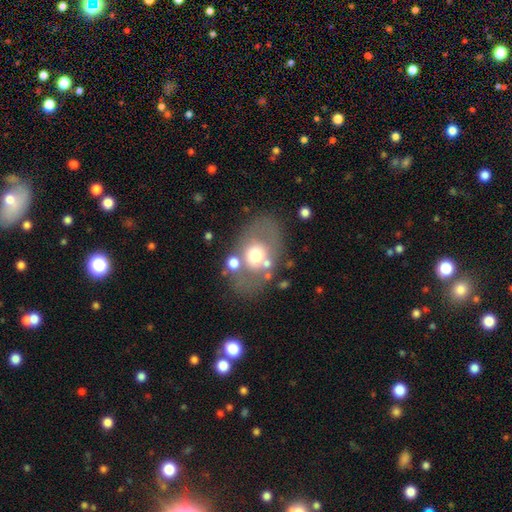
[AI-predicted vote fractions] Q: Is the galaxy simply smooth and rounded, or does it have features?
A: smooth — 52%.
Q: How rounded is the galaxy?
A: in between — 65%.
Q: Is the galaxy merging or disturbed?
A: none — 65%.